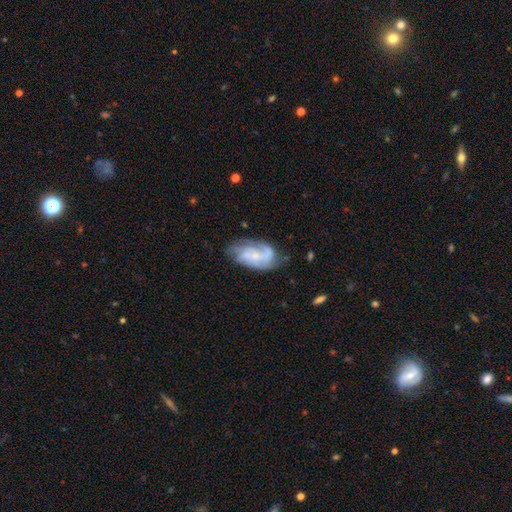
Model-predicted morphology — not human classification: smooth_or_featured: featured or disk (p=0.74) [alt: smooth p=0.19]
disk_edge_on: no (p=0.97) [alt: yes p=0.03]
bar: no (p=0.62) [alt: weak p=0.31]
has_spiral_arms: yes (p=0.92) [alt: no p=0.08]
spiral_winding: medium (p=0.42) [alt: tight p=0.38]
spiral_arm_count: 2 (p=0.35) [alt: can't tell p=0.25]
bulge_size: small (p=0.63) [alt: moderate p=0.20]
merging: none (p=0.59) [alt: minor disturbance p=0.25]